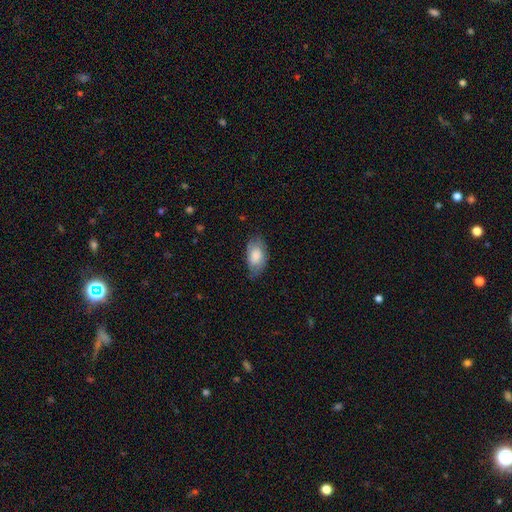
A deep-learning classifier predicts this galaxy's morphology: Smooth or featured? Predicted: smooth (p=0.76). How rounded? Predicted: in between (p=0.93). Merging? Predicted: none (p=0.63).